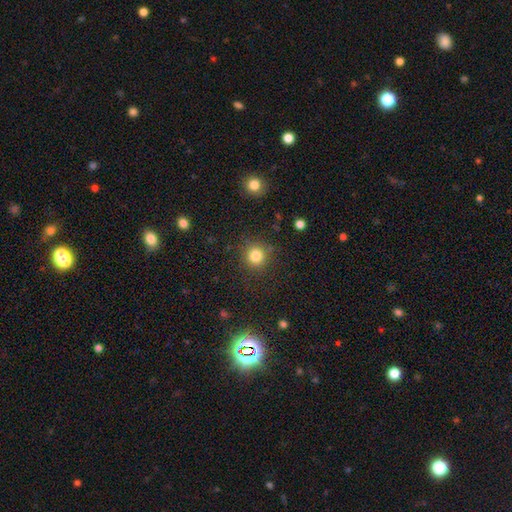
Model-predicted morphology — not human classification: Smooth or featured?
  - smooth: 82% *
  - star or artifact: 13%
  - featured or disk: 6%
How rounded?
  - round: 92% *
  - in between: 7%
  - cigar-shaped: 1%
Merging?
  - none: 85% *
  - minor disturbance: 9%
  - major disturbance: 4%
  - merger: 3%